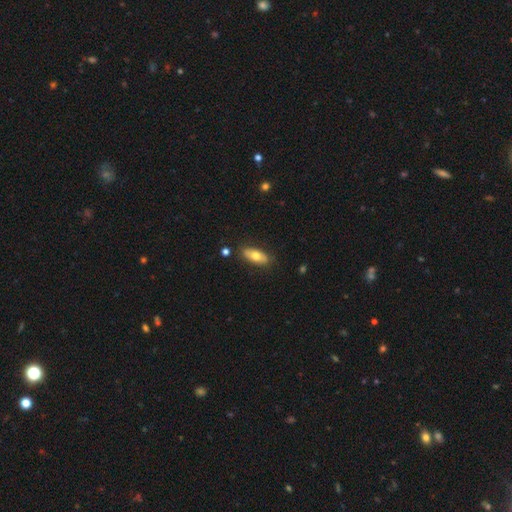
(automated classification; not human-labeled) smooth_or_featured: smooth (p=0.67) [alt: featured or disk p=0.27]
how_rounded: in between (p=0.79) [alt: cigar-shaped p=0.18]
merging: none (p=0.84) [alt: minor disturbance p=0.12]